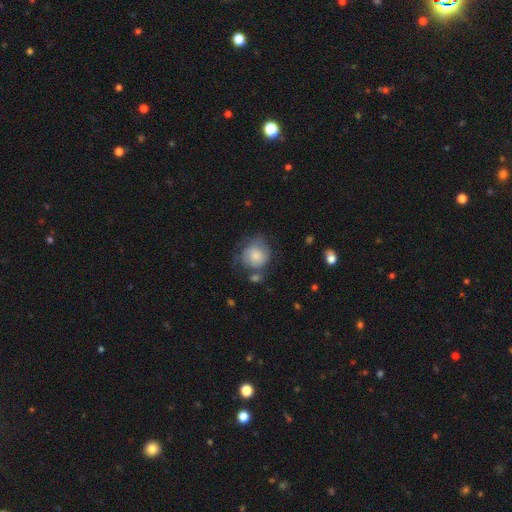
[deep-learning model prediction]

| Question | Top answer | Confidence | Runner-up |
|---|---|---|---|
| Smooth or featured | smooth | 68% | featured or disk (24%) |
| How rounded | round | 81% | in between (18%) |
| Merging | none | 45% | minor disturbance (29%) |